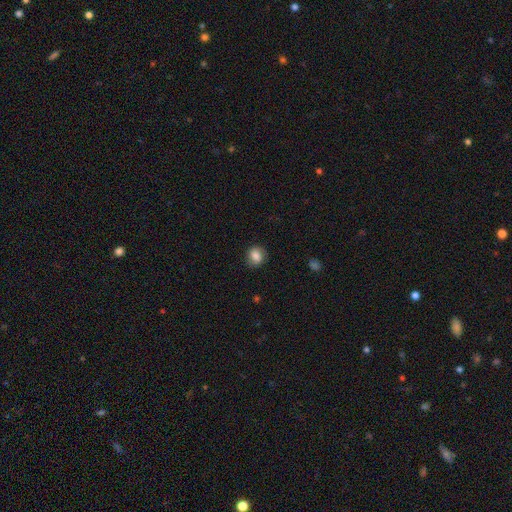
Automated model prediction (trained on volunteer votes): Smooth or featured: smooth — 82% (featured or disk — 9%)
How rounded: round — 70% (in between — 29%)
Merging: none — 82% (minor disturbance — 13%)